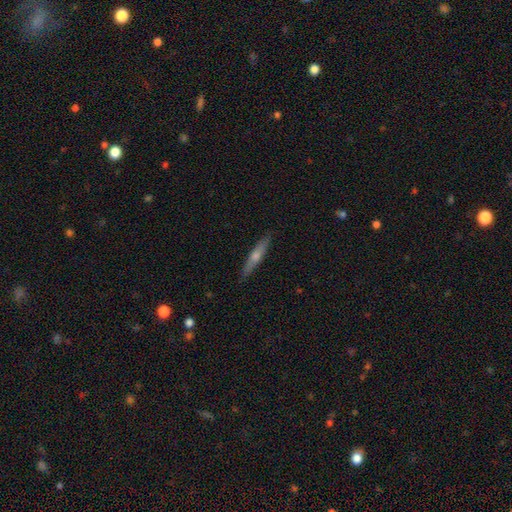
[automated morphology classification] Overall: featured or disk (56%; smooth 38%). Edge-on disk: yes (95%). Edge-on bulge: rounded (83%). Merging: none (91%).